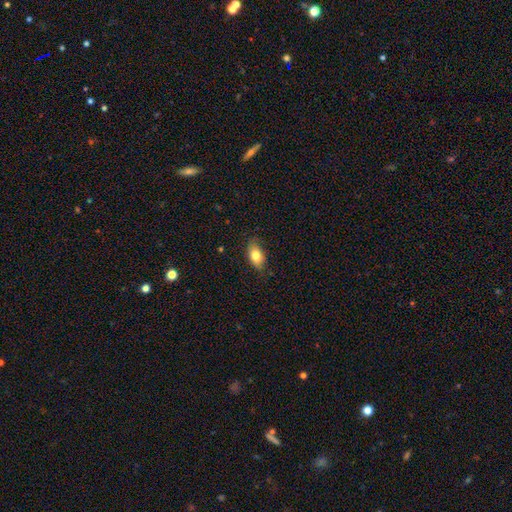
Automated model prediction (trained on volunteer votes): Smooth or featured?
  - smooth: 80% *
  - featured or disk: 12%
  - star or artifact: 8%
How rounded?
  - in between: 89% *
  - round: 8%
  - cigar-shaped: 3%
Merging?
  - none: 78% *
  - minor disturbance: 18%
  - major disturbance: 3%
  - merger: 1%